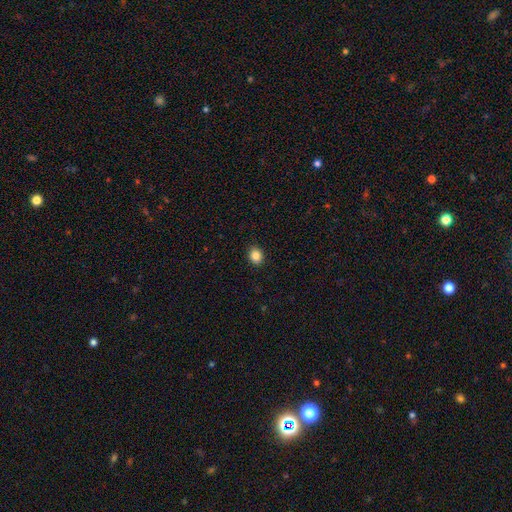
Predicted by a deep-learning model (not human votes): Smooth or featured: smooth — 85% (star or artifact — 10%)
How rounded: round — 57% (in between — 42%)
Merging: none — 91% (minor disturbance — 6%)